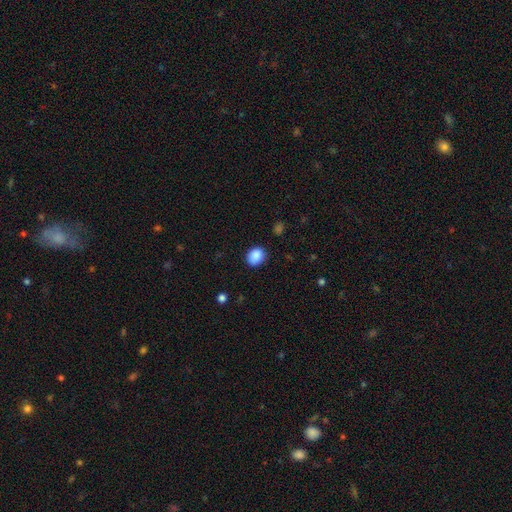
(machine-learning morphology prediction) Smooth or featured?
  - smooth: 88% *
  - star or artifact: 8%
  - featured or disk: 3%
How rounded?
  - round: 57% *
  - in between: 42%
  - cigar-shaped: 1%
Merging?
  - none: 84% *
  - minor disturbance: 12%
  - major disturbance: 3%
  - merger: 1%